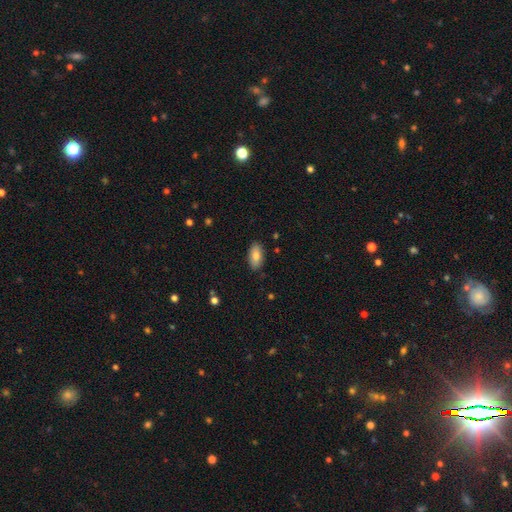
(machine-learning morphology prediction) The model was most divided on "smooth or featured": smooth: 81%, featured or disk: 12%, star or artifact: 7%. More confident: how rounded — in between (91%); merging — none (87%).